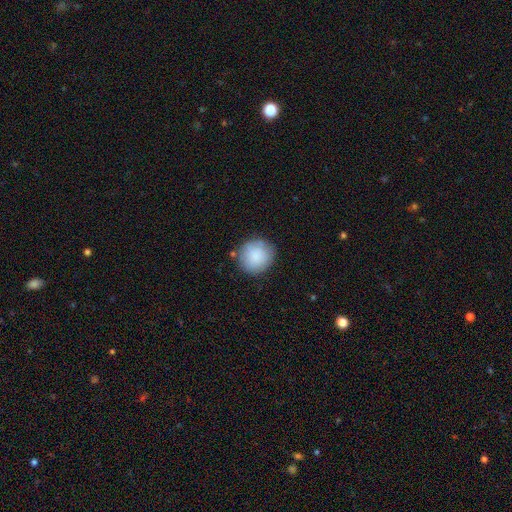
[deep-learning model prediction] smooth_or_featured: smooth (p=0.87) [alt: featured or disk p=0.07]
how_rounded: round (p=0.91) [alt: in between p=0.08]
merging: none (p=0.80) [alt: minor disturbance p=0.13]